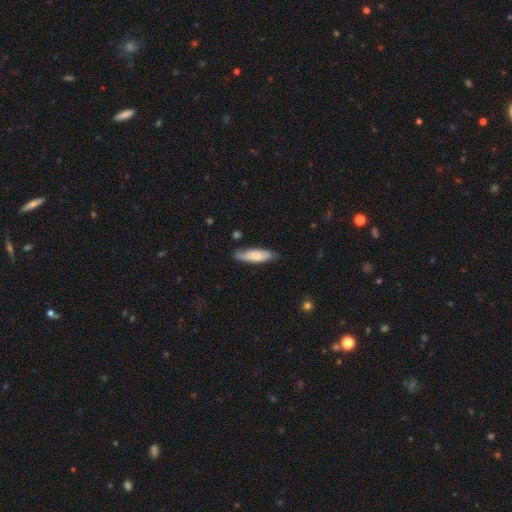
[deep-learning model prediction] The model was most divided on "how rounded": cigar-shaped: 54%, in between: 44%, round: 2%. More confident: smooth or featured — smooth (73%); merging — none (73%).